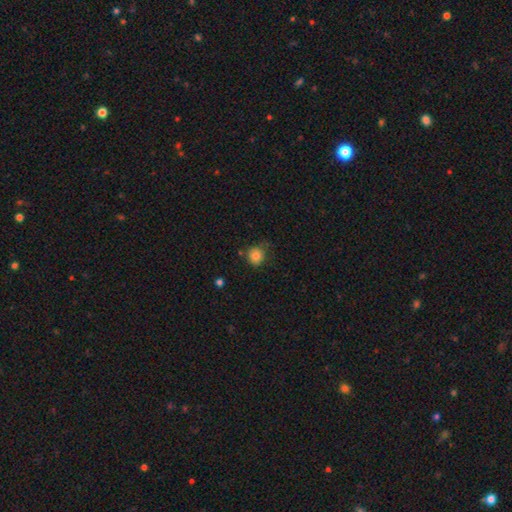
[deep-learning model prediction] This is clearly a smooth galaxy (82%). How rounded: clearly round (84%). Merging: likely none (70%).